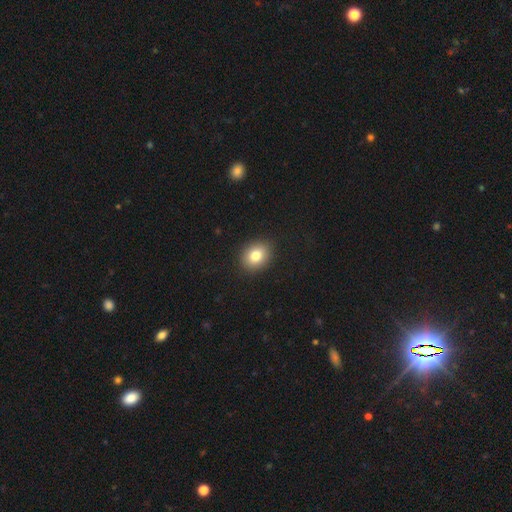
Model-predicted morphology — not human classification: smooth 81%, star or artifact 10%, featured or disk 10%. Down the decision tree: how rounded — round (51%); merging — none (90%).